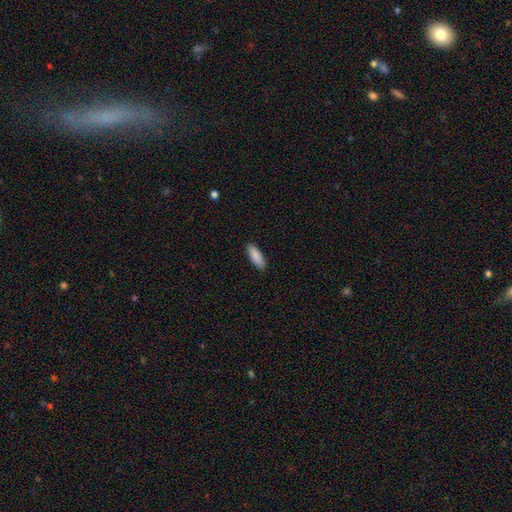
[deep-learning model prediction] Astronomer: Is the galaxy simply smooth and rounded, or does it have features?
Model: smooth — 89%.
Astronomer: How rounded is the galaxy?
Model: in between — 64%.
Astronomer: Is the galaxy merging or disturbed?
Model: none — 89%.